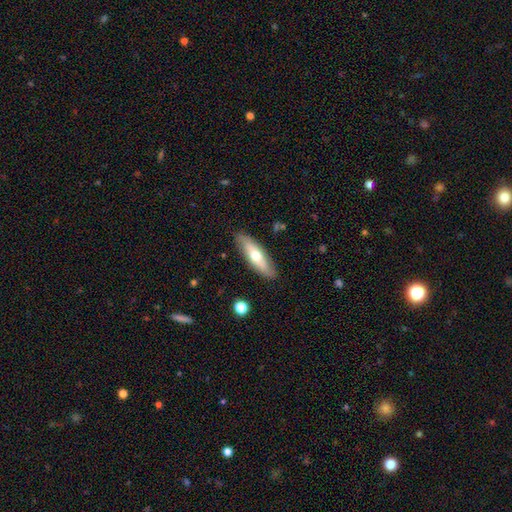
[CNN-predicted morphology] type=smooth (52%); roundness=cigar-shaped (53%); merging=none (85%).